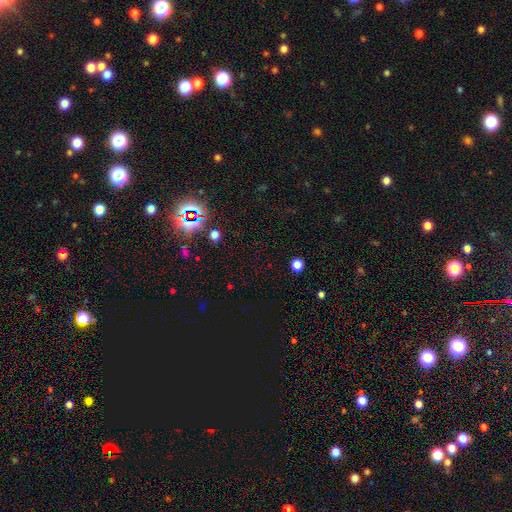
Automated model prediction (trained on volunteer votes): Overall: star or artifact (60%; smooth 33%).